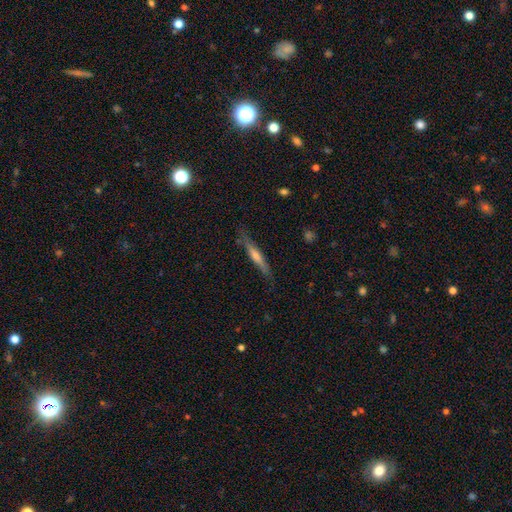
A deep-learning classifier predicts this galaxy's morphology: Q: Smooth or featured?
A: featured or disk (54%); runner-up: smooth (39%)
Q: Edge-on disk?
A: yes (94%); runner-up: no (6%)
Q: Edge-on bulge?
A: rounded (53%); runner-up: none (34%)
Q: Merging?
A: none (82%); runner-up: minor disturbance (14%)